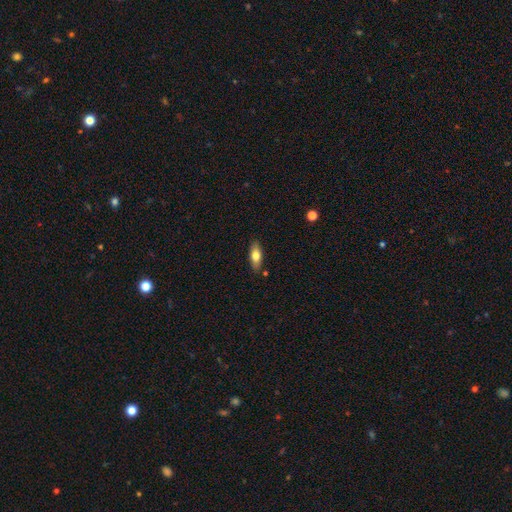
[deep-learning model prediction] Smooth or featured: smooth — 72% (featured or disk — 21%)
How rounded: in between — 74% (cigar-shaped — 23%)
Merging: none — 85% (minor disturbance — 11%)